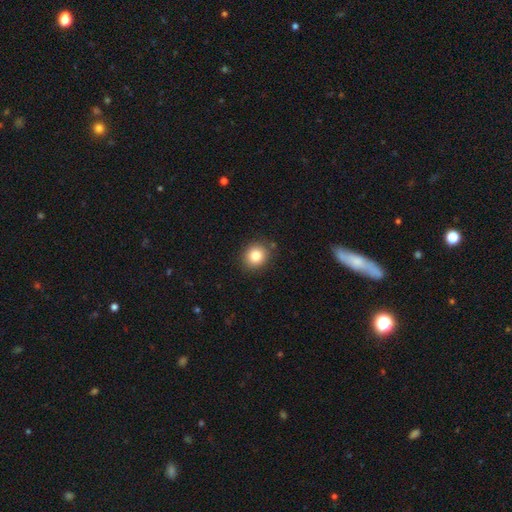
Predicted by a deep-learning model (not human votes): A smooth galaxy with no disk features (82%) that is round (81%). Merging: none (87%).